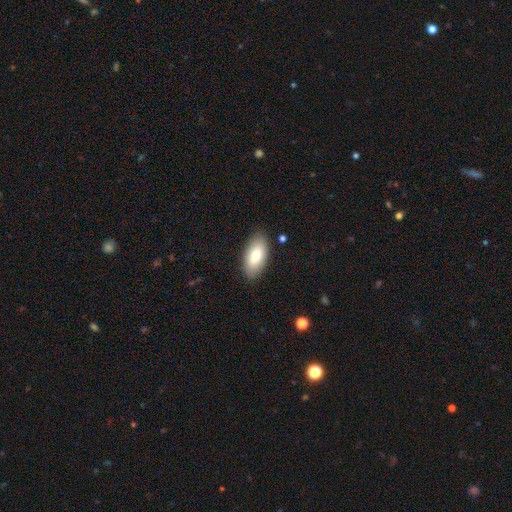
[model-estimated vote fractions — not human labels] Morphology: type=smooth (78%); roundness=in between (92%); merging=none (86%).